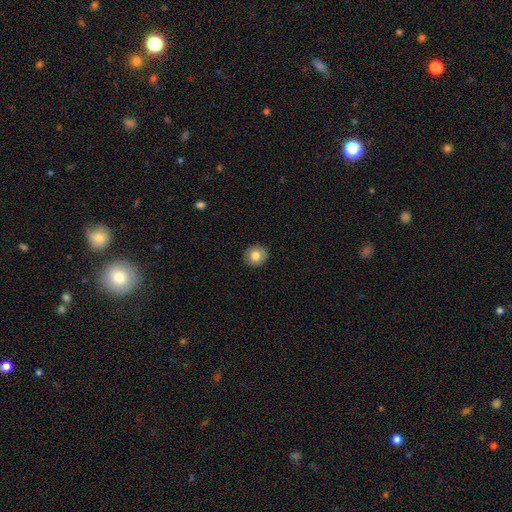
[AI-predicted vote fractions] The model was most divided on "smooth or featured": smooth: 81%, featured or disk: 11%, star or artifact: 9%. More confident: merging — none (91%); how rounded — round (87%).